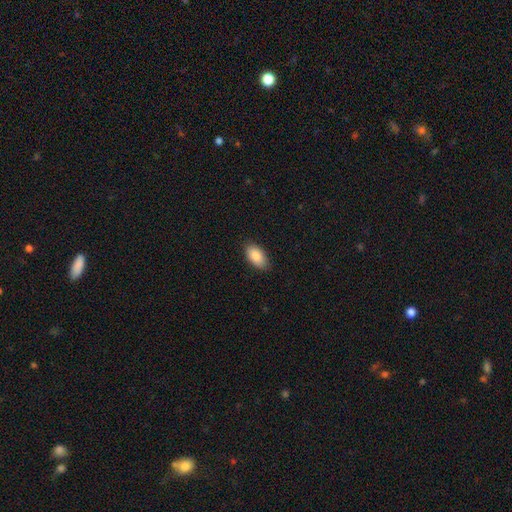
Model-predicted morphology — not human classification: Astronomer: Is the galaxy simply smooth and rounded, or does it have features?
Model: smooth — 86%.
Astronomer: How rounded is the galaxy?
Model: in between — 94%.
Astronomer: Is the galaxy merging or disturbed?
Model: none — 85%.